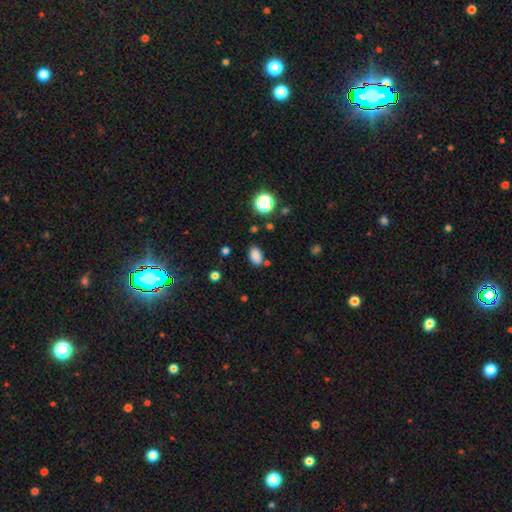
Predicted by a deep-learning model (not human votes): Smooth or featured? smooth (83%)
How rounded? in between (87%)
Merging? none (77%)